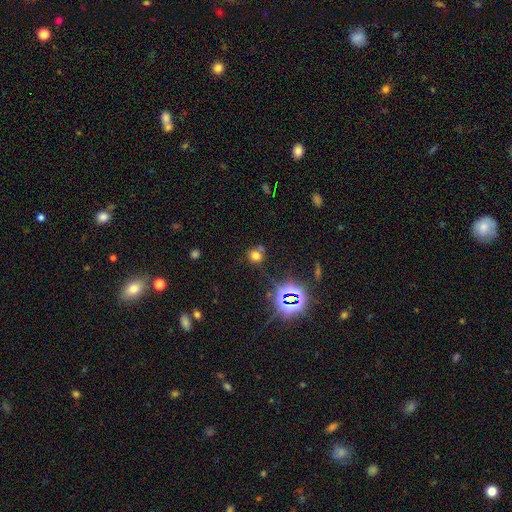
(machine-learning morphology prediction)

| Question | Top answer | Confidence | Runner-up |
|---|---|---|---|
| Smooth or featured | smooth | 61% | star or artifact (30%) |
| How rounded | round | 81% | in between (18%) |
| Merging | none | 64% | merger (17%) |